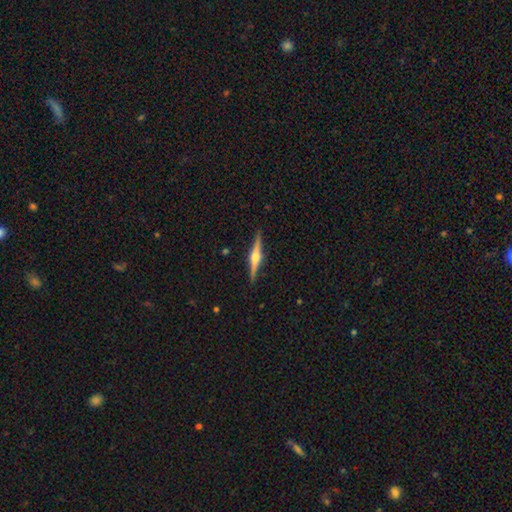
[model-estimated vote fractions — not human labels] Smooth or featured? Predicted: featured or disk (p=0.84). Edge-on disk? Predicted: yes (p=0.98). Edge-on bulge? Predicted: rounded (p=0.93). Merging? Predicted: none (p=0.92).